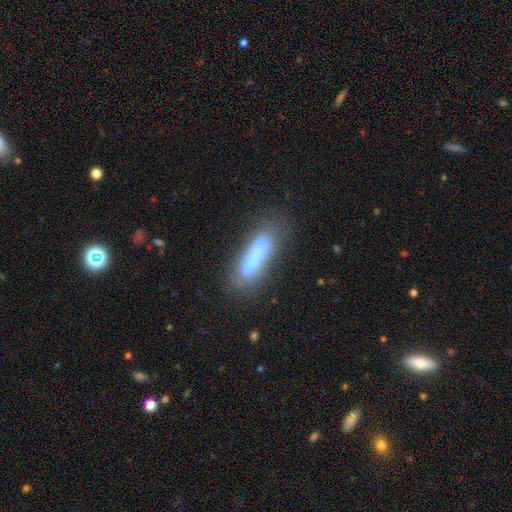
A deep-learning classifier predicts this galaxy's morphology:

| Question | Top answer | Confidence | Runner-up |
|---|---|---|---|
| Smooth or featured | smooth | 53% | featured or disk (36%) |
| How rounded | cigar-shaped | 61% | in between (36%) |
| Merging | none | 38% | merger (36%) |